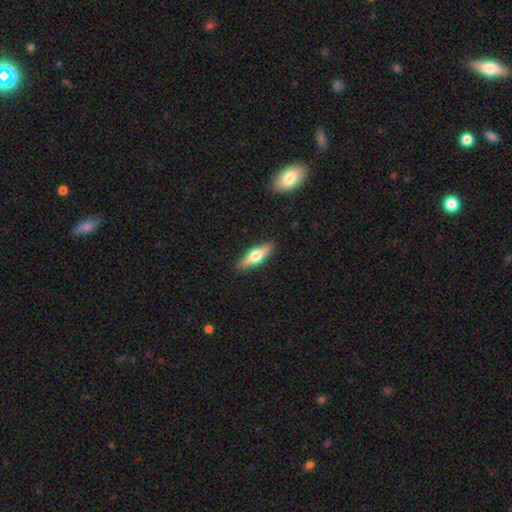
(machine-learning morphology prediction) A smooth galaxy with no disk features (50%) that is cigar-shaped (60%).

Vote fractions:
- Smooth or featured? smooth: 50% / featured or disk: 44% / star or artifact: 6%
- How rounded? cigar-shaped: 60% / in between: 37% / round: 3%
- Merging? none: 89% / minor disturbance: 8% / major disturbance: 2% / merger: 1%